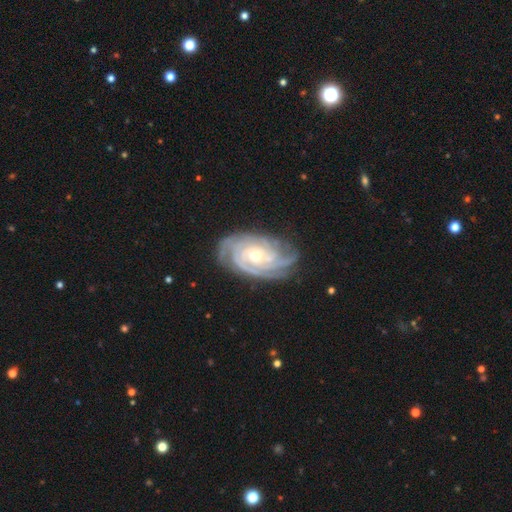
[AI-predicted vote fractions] Morphology: type=featured or disk (91%); edge-on=no (97%); bar=no (69%); spiral arms=yes (98%); winding=tight (78%); arm count=4 (28%); bulge=moderate (51%); merging=none (78%).